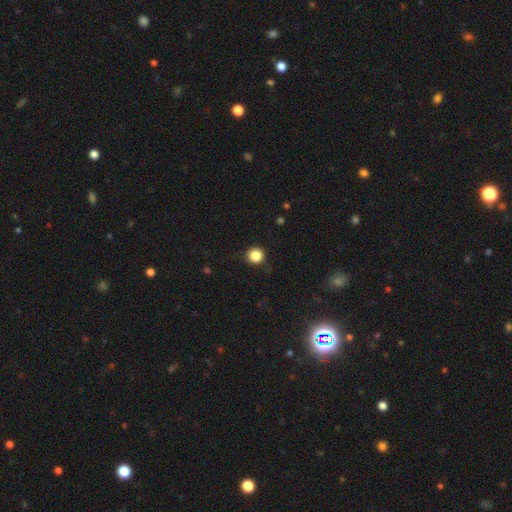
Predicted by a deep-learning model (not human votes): A smooth galaxy with no disk features (85%) that is round (94%). Merging: none (86%).